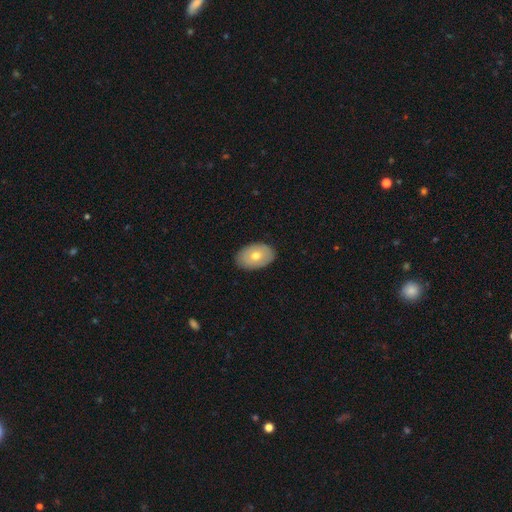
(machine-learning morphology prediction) type=smooth (64%); roundness=in between (87%); merging=none (88%).